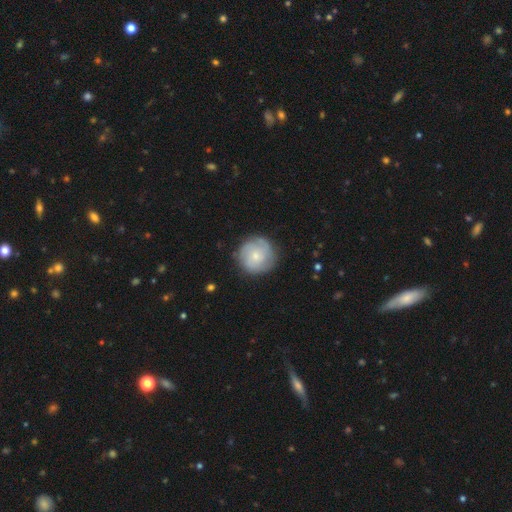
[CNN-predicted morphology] This is possibly a featured or disk galaxy (47%, tied with smooth). Merging: clearly none (80%).